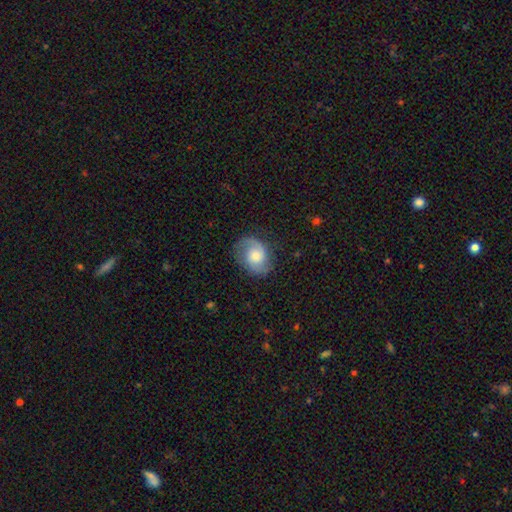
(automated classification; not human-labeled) Smooth or featured? featured or disk (63%)
Edge-on disk? no (97%)
Bar? no (67%)
Spiral arms? yes (92%)
Spiral winding? medium (47%)
Spiral arm count? 2 (79%)
Bulge size? moderate (52%)
Merging? none (75%)